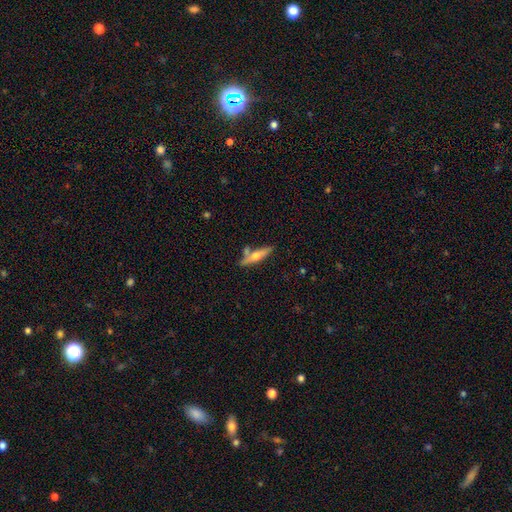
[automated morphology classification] Smooth or featured?
  - featured or disk: 49% *
  - smooth: 44%
  - star or artifact: 6%
Merging?
  - none: 65% *
  - merger: 17%
  - minor disturbance: 14%
  - major disturbance: 4%